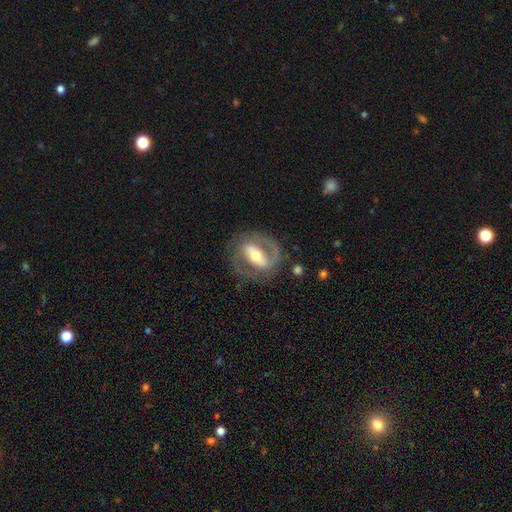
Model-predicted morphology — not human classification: Smooth or featured: featured or disk — 84% (smooth — 11%)
Edge-on disk: no — 95% (yes — 5%)
Bar: strong — 61% (weak — 27%)
Spiral arms: yes — 85% (no — 15%)
Spiral winding: medium — 51% (tight — 32%)
Spiral arm count: 2 — 84% (1 — 8%)
Bulge size: moderate — 67% (small — 21%)
Merging: none — 76% (minor disturbance — 14%)